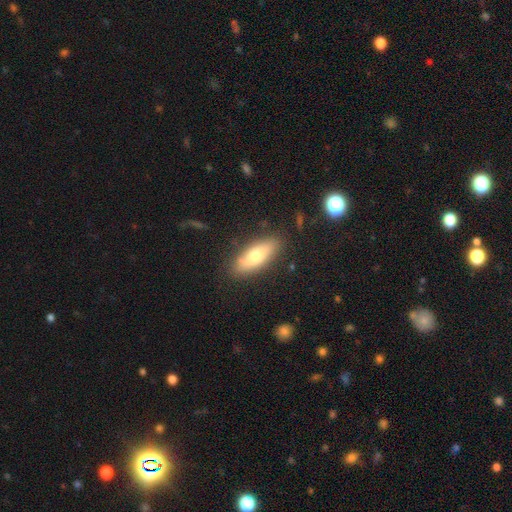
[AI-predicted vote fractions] smooth-or-featured: smooth: 66% | featured or disk: 27% | star or artifact: 7%
  how-rounded: in between: 65% | cigar-shaped: 32% | round: 3%
  merging: none: 84% | minor disturbance: 11% | major disturbance: 3% | merger: 2%